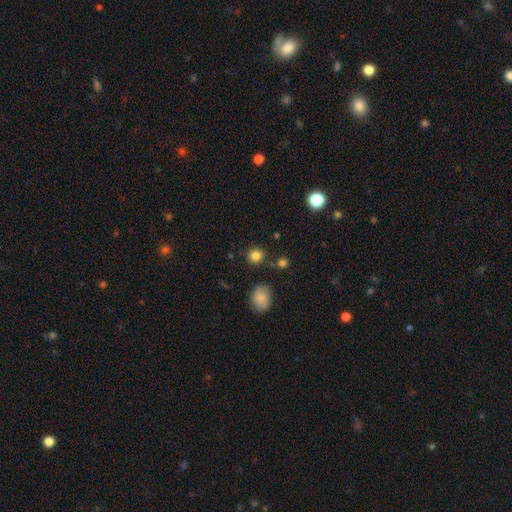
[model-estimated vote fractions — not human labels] Smooth or featured?
  - smooth: 83% *
  - star or artifact: 12%
  - featured or disk: 5%
How rounded?
  - round: 88% *
  - in between: 11%
  - cigar-shaped: 1%
Merging?
  - none: 83% *
  - minor disturbance: 9%
  - merger: 5%
  - major disturbance: 3%